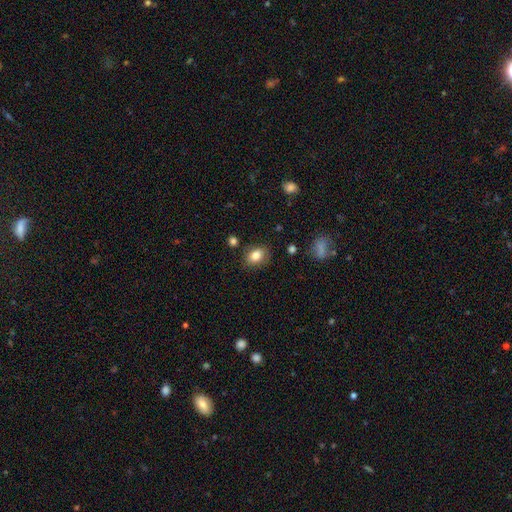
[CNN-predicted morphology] smooth-or-featured: smooth: 83% | star or artifact: 9% | featured or disk: 8%
  how-rounded: in between: 64% | round: 35% | cigar-shaped: 1%
  merging: none: 80% | minor disturbance: 14% | major disturbance: 4% | merger: 3%